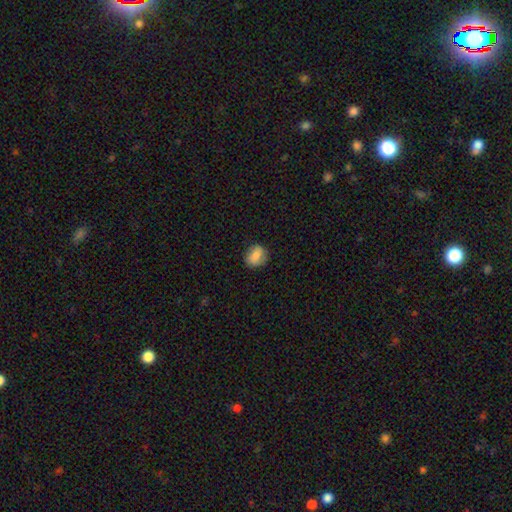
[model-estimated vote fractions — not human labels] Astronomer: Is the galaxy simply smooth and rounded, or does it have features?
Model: smooth — 84%.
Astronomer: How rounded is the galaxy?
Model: round — 50% (runner-up: in between, 49%).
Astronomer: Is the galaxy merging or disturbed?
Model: none — 78%.